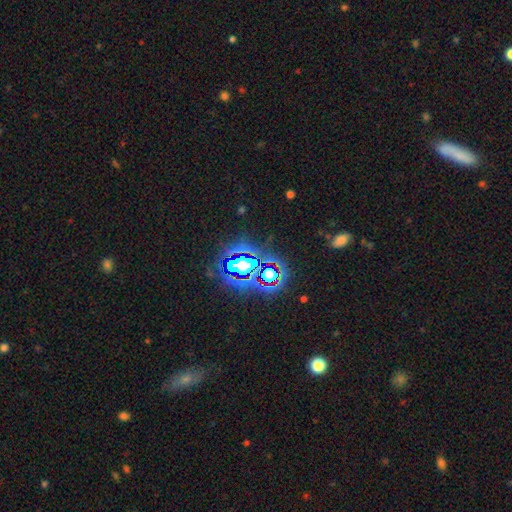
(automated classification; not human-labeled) Morphology: type=star or artifact (77%).